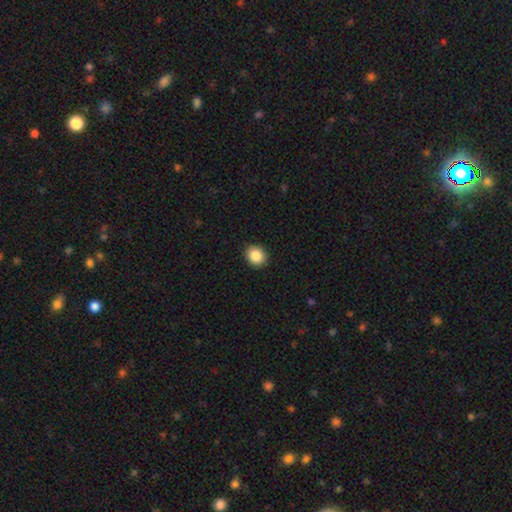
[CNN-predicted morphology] The model was most divided on "how rounded": round: 69%, in between: 30%, cigar-shaped: 1%. More confident: merging — none (91%); smooth or featured — smooth (87%).